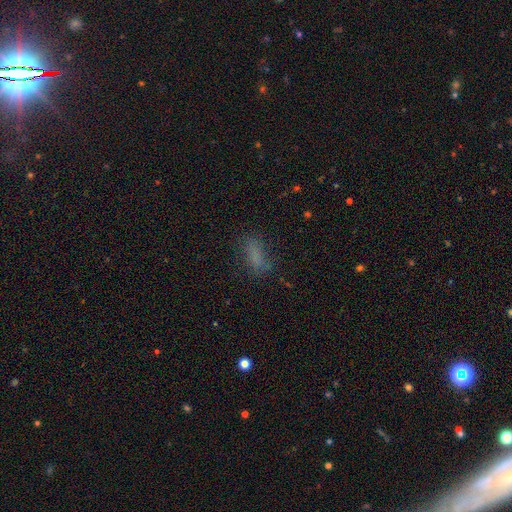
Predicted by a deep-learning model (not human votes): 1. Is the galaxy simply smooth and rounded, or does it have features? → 73% smooth, 15% star or artifact, 12% featured or disk.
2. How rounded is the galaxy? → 72% in between, 23% cigar-shaped, 4% round.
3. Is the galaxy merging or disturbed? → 63% none, 22% minor disturbance, 13% major disturbance, 2% merger.